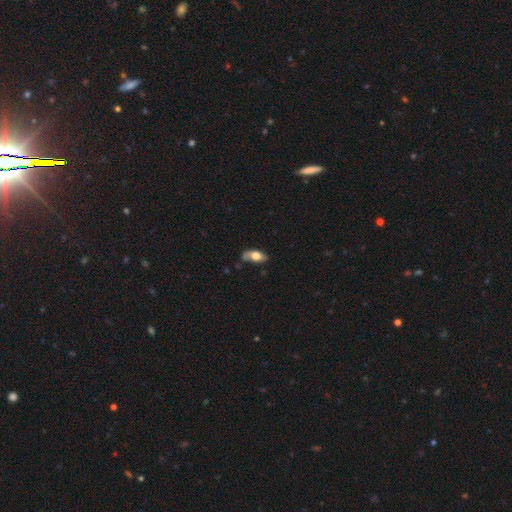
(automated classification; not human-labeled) The model was most divided on "merging": none: 57%, minor disturbance: 29%, major disturbance: 10%, merger: 4%. More confident: how rounded — in between (87%); smooth or featured — smooth (64%).